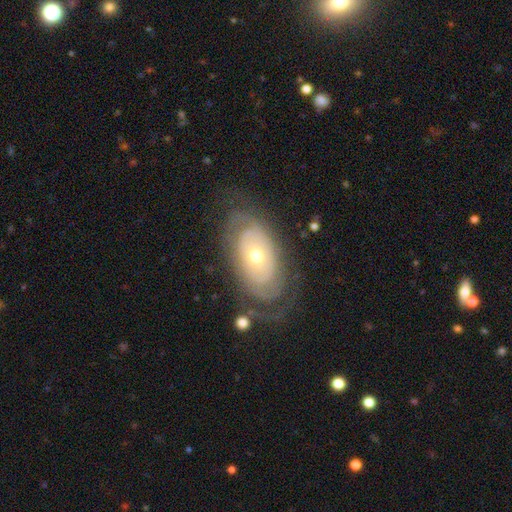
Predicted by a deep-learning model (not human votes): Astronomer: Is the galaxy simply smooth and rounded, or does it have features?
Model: featured or disk — 76%.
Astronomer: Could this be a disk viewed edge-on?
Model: no — 93%.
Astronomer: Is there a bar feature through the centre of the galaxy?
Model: no — 86%.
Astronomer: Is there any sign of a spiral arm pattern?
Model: yes — 72%.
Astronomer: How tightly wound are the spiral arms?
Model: tight — 76%.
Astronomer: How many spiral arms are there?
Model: can't tell — 52%.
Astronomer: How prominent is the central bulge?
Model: moderate — 54% (runner-up: small, 41%).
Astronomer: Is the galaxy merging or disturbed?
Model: none — 70%.